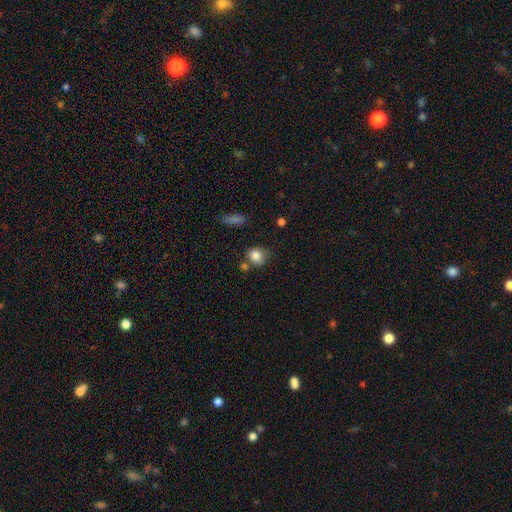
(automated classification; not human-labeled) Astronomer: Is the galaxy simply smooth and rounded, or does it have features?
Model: smooth — 84%.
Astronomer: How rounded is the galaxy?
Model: round — 72%.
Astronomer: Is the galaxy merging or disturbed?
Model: none — 62%.